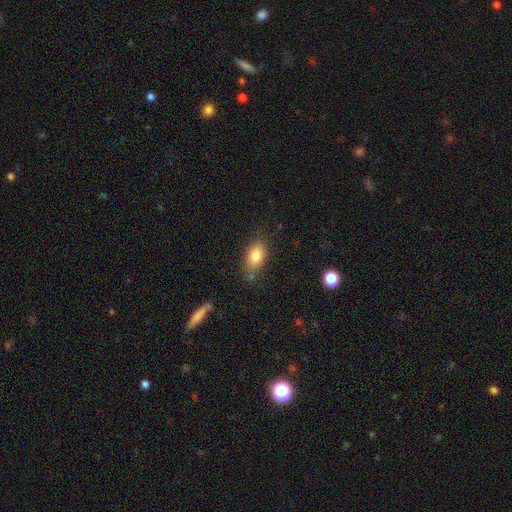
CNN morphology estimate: smooth-or-featured: smooth: 82% | featured or disk: 9% | star or artifact: 8%
  how-rounded: in between: 89% | round: 8% | cigar-shaped: 4%
  merging: none: 76% | minor disturbance: 16% | merger: 5% | major disturbance: 4%